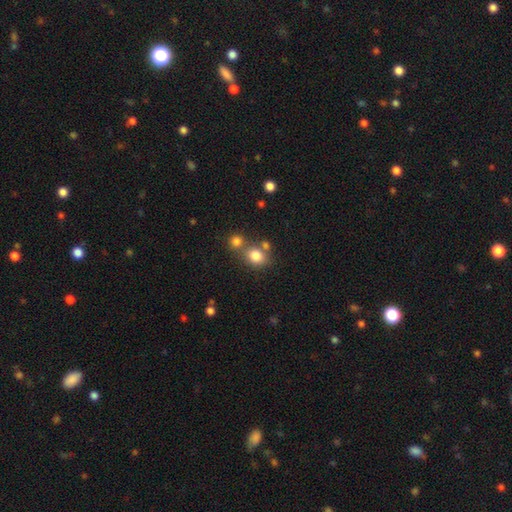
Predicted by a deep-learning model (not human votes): This is clearly a smooth galaxy (81%). How rounded: likely round (60%). Merging: possibly none (56%).